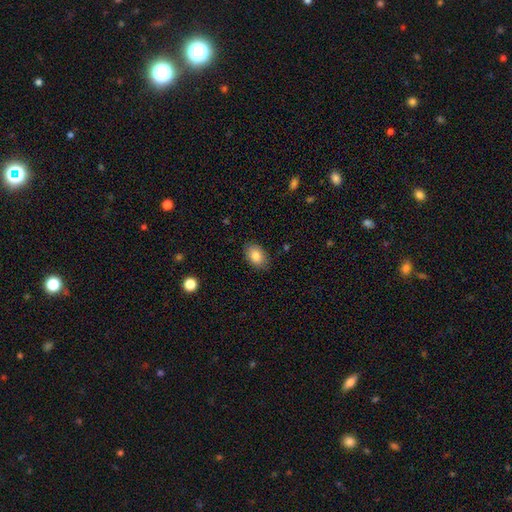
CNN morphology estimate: A smooth galaxy with no disk features (86%) that is in between round and cigar-shaped (85%).

Vote fractions:
- Smooth or featured? smooth: 86% / star or artifact: 8% / featured or disk: 7%
- How rounded? in between: 85% / round: 14% / cigar-shaped: 1%
- Merging? none: 85% / minor disturbance: 11% / major disturbance: 3% / merger: 1%